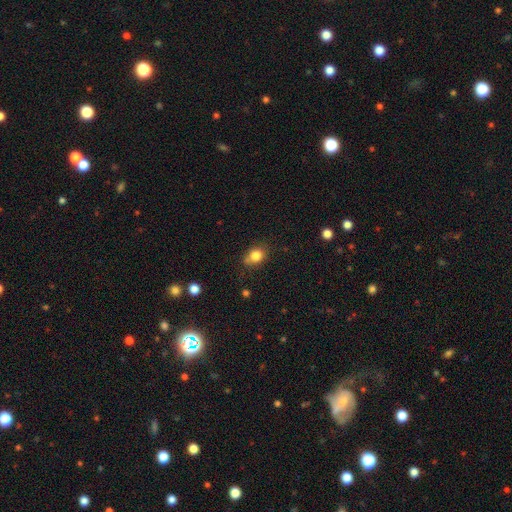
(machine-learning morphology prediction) smooth_or_featured: smooth (p=0.82) [alt: star or artifact p=0.11]
how_rounded: round (p=0.59) [alt: in between p=0.40]
merging: none (p=0.66) [alt: minor disturbance p=0.22]